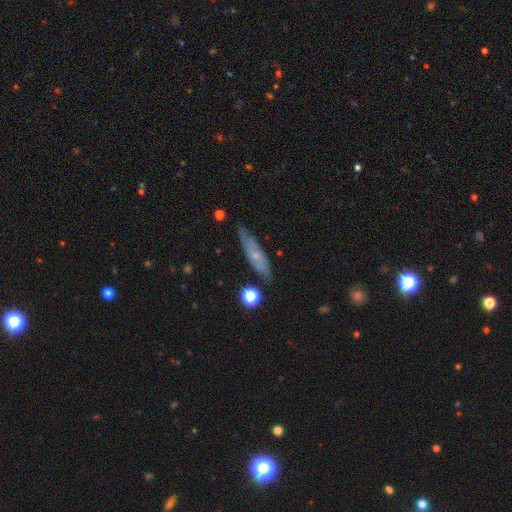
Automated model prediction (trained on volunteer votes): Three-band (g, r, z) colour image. It shows a featured or disk galaxy (49%). Merging: none (77%).